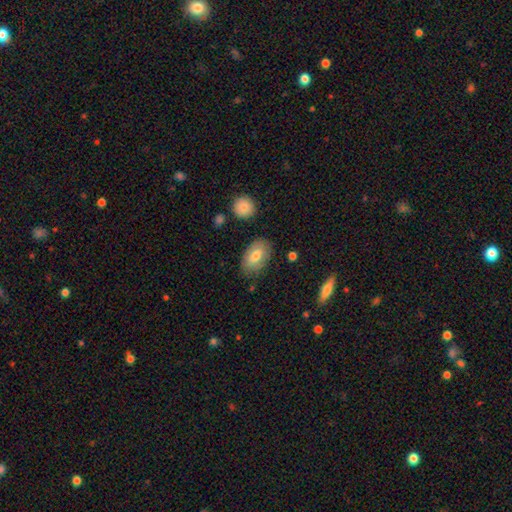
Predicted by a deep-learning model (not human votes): Q: Smooth or featured?
A: smooth (70%); runner-up: featured or disk (23%)
Q: How rounded?
A: in between (91%); runner-up: round (7%)
Q: Merging?
A: none (78%); runner-up: minor disturbance (16%)